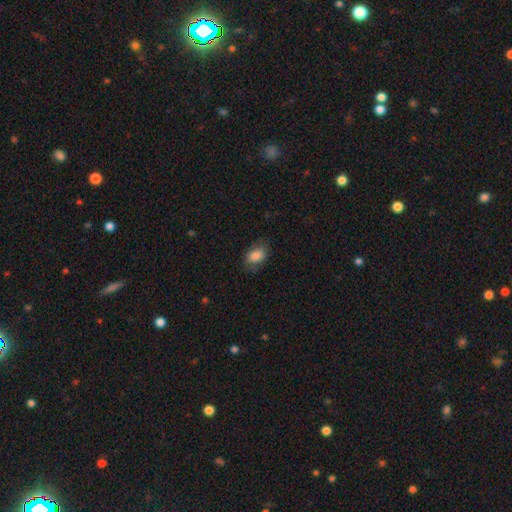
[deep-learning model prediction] The model was most divided on "merging": none: 74%, minor disturbance: 19%, major disturbance: 6%, merger: 1%. More confident: how rounded — in between (87%); smooth or featured — smooth (84%).